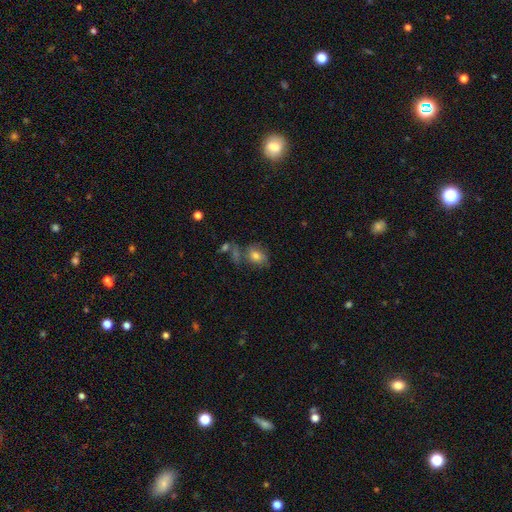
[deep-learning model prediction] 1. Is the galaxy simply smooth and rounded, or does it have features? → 71% smooth, 18% featured or disk, 11% star or artifact.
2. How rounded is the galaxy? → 66% in between, 33% round, 2% cigar-shaped.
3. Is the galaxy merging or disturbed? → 50% none, 22% minor disturbance, 17% merger, 11% major disturbance.